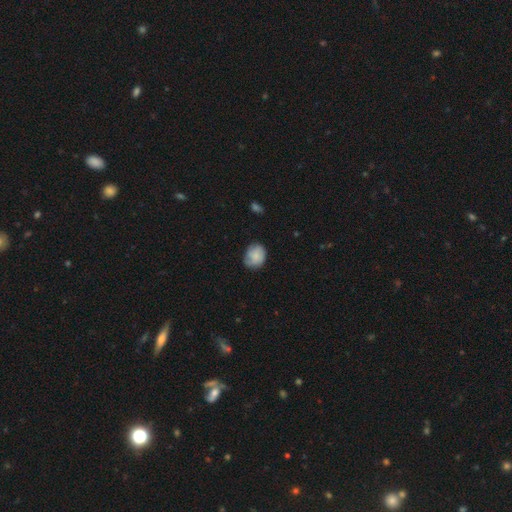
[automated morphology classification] Overall: smooth (71%). How rounded: round (58%; in between 41%). Merging: none (66%; minor disturbance 26%).